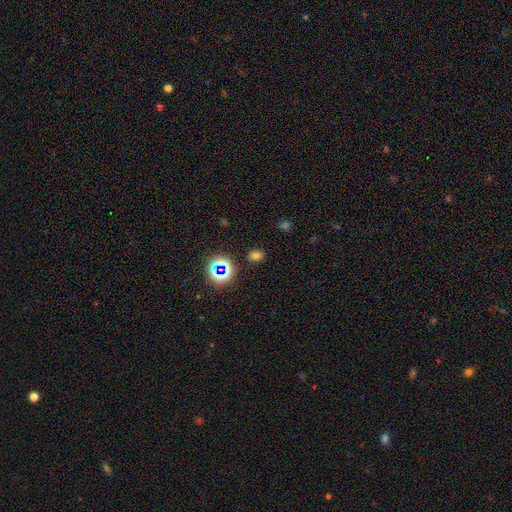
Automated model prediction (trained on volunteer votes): Smooth or featured?
  - smooth: 66% *
  - star or artifact: 28%
  - featured or disk: 7%
How rounded?
  - in between: 55% *
  - round: 44%
  - cigar-shaped: 1%
Merging?
  - none: 84% *
  - minor disturbance: 10%
  - major disturbance: 3%
  - merger: 3%